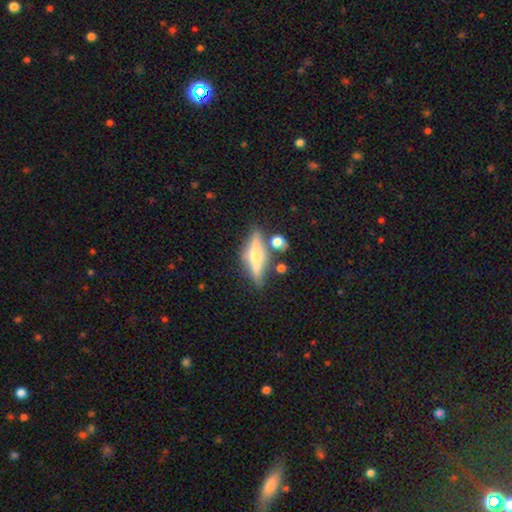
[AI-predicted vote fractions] A featured or disk galaxy (64%) viewed edge-on (93%) with a rounded central bulge (88%).

Vote fractions:
- Smooth or featured? featured or disk: 64% / smooth: 28% / star or artifact: 8%
- Edge-on disk? yes: 93% / no: 7%
- Edge-on bulge? rounded: 88% / boxy: 7% / none: 5%
- Merging? none: 75% / minor disturbance: 13% / merger: 8% / major disturbance: 4%